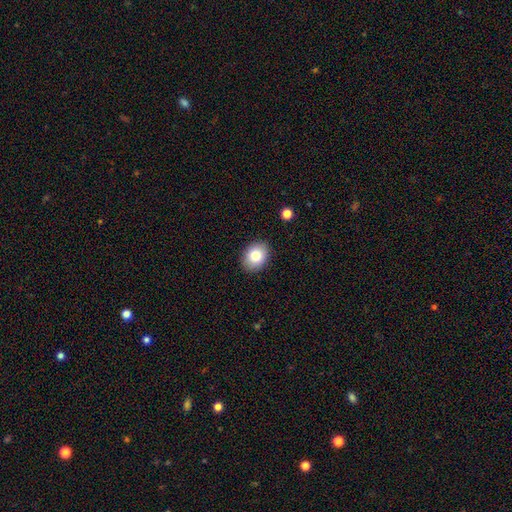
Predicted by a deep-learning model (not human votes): The model was most divided on "how rounded": in between: 62%, round: 37%, cigar-shaped: 1%. More confident: merging — none (89%); smooth or featured — smooth (83%).